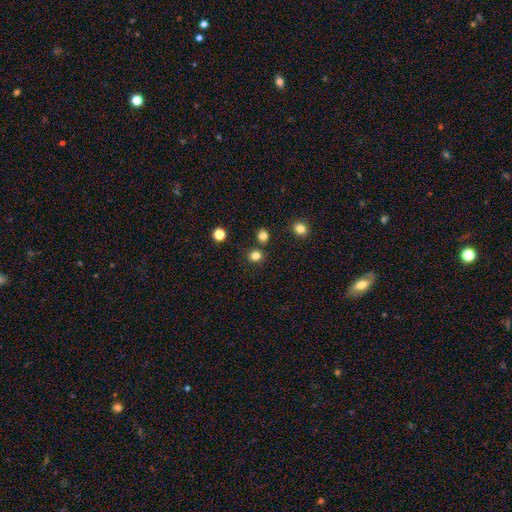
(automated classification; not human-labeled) Smooth or featured? Predicted: smooth (p=0.81). How rounded? Predicted: round (p=0.81). Merging? Predicted: none (p=0.80).